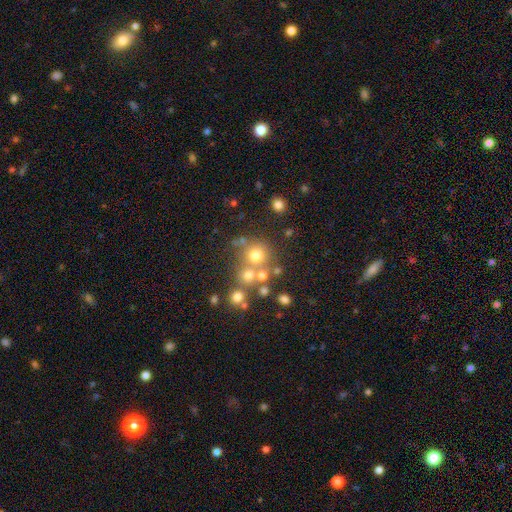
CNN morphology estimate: This is likely a smooth galaxy (66%). How rounded: clearly round (90%). Merging: likely none (61%).